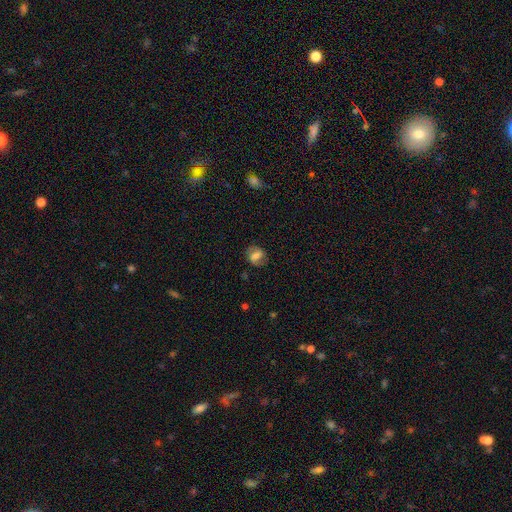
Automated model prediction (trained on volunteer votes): A smooth galaxy with no disk features (51%) that is in between round and cigar-shaped (56%). Merging: none (72%).